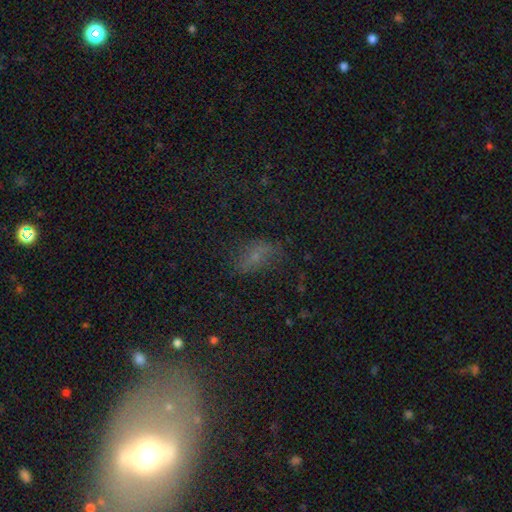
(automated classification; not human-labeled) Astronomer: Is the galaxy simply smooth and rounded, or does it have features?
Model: smooth — 53%.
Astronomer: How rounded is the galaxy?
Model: in between — 83%.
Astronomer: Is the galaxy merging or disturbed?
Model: none — 60%.